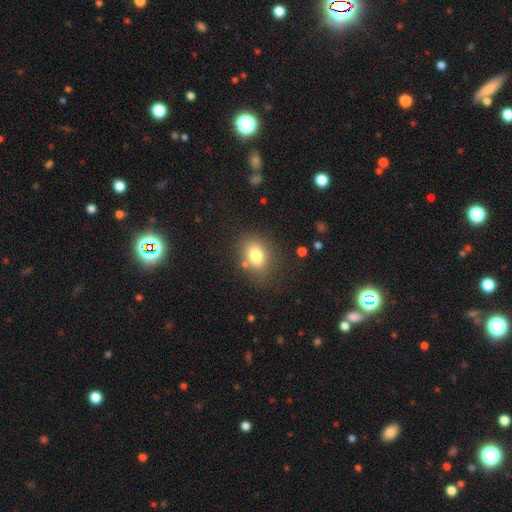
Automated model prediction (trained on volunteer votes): Smooth or featured: smooth — 79% (star or artifact — 11%)
How rounded: in between — 62% (round — 37%)
Merging: none — 73% (minor disturbance — 15%)